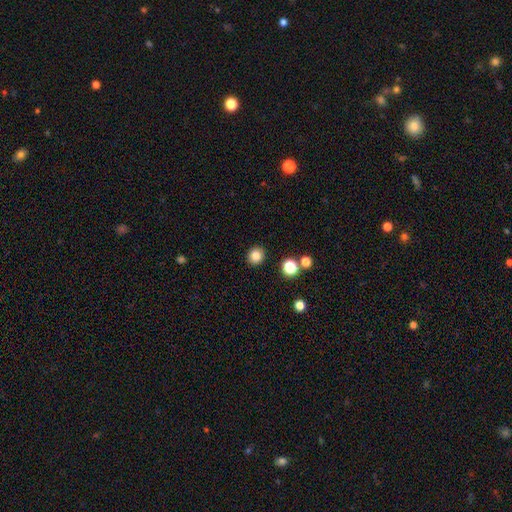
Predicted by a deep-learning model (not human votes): A smooth galaxy with no disk features (83%) that is round (81%). Merging: none (91%).